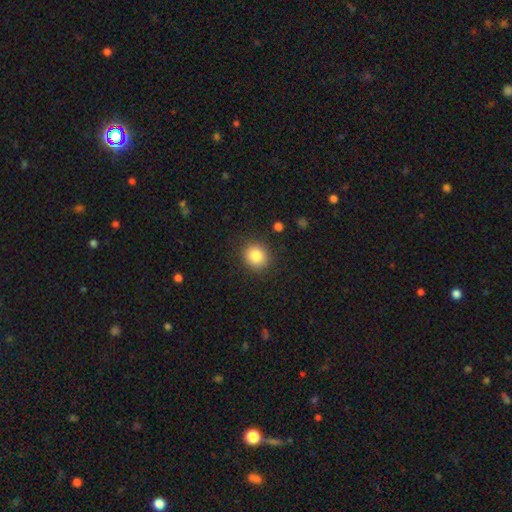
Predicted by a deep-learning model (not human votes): Morphology: type=smooth (84%); roundness=round (87%); merging=none (89%).